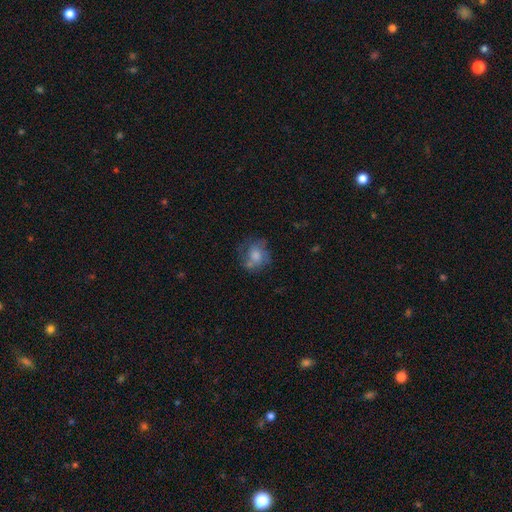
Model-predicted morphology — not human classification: Smooth or featured? Predicted: smooth (p=0.58). How rounded? Predicted: round (p=0.70). Merging? Predicted: none (p=0.56).